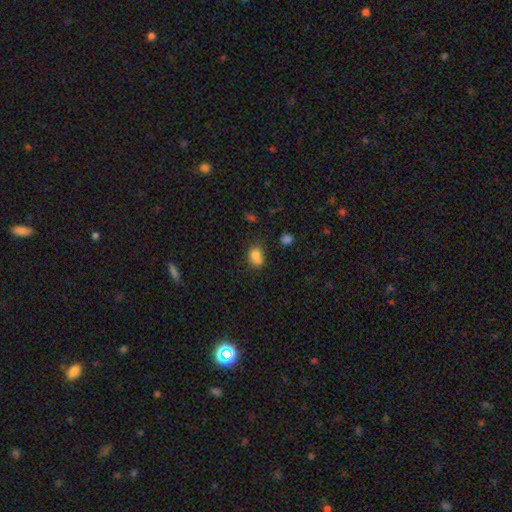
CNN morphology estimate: A smooth galaxy with no disk features (81%) that is in between round and cigar-shaped (69%).

Vote fractions:
- Smooth or featured? smooth: 81% / star or artifact: 11% / featured or disk: 7%
- How rounded? in between: 69% / round: 29% / cigar-shaped: 2%
- Merging? none: 51% / minor disturbance: 26% / merger: 15% / major disturbance: 8%